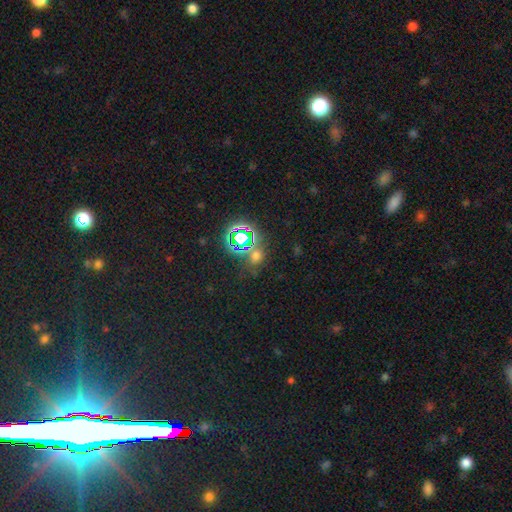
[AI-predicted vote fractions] smooth-or-featured: star or artifact: 51% | smooth: 41% | featured or disk: 9%